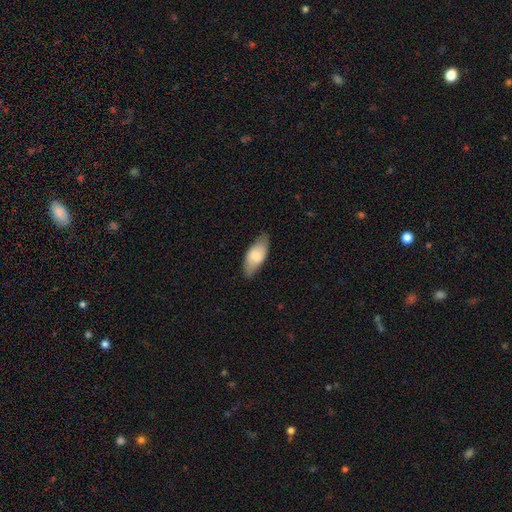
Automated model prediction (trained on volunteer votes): Overall: smooth (74%). How rounded: in between (87%). Merging: none (79%).